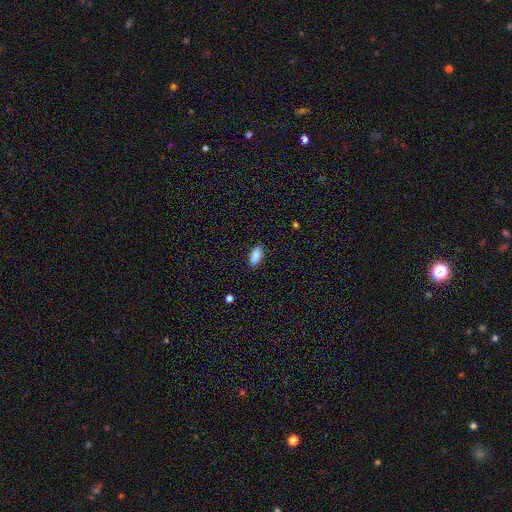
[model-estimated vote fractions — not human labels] Q: Smooth or featured?
A: smooth (88%); runner-up: star or artifact (7%)
Q: How rounded?
A: in between (91%); runner-up: cigar-shaped (7%)
Q: Merging?
A: none (85%); runner-up: minor disturbance (12%)